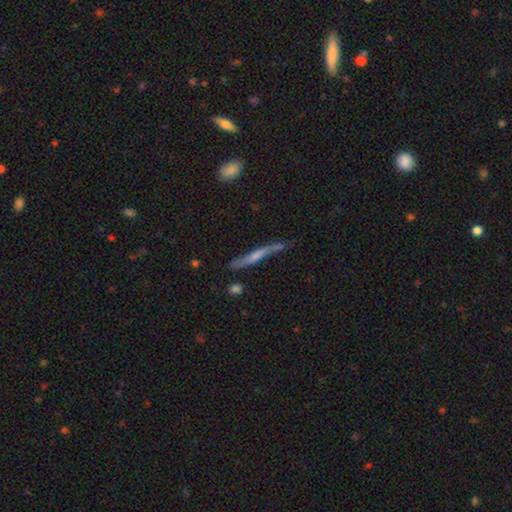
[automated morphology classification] A featured or disk galaxy (58%) viewed edge-on (89%) with a rounded central bulge (44%). Merging: none (67%).